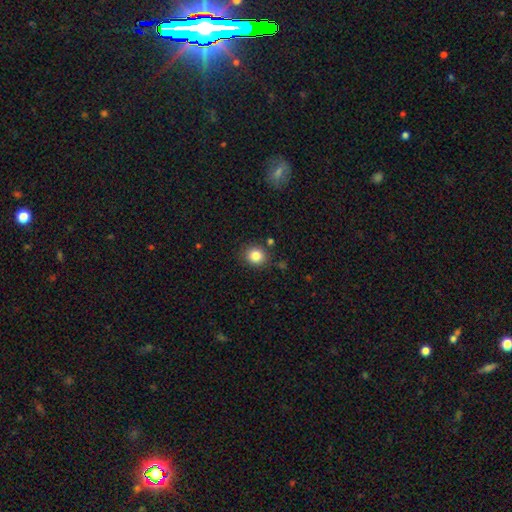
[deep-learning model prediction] Morphology: type=smooth (84%); roundness=round (84%); merging=none (85%).